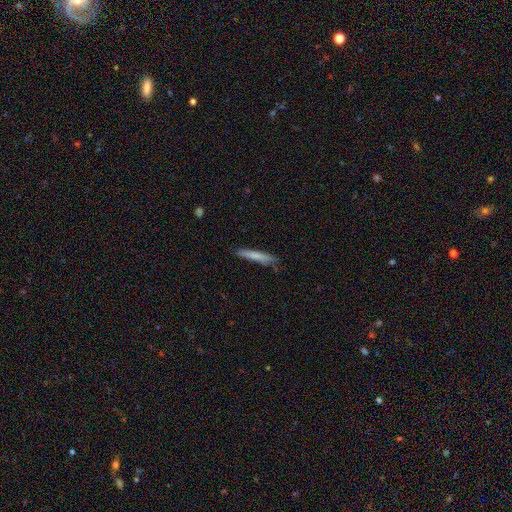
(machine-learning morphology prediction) The model was most divided on "smooth or featured": smooth: 73%, featured or disk: 21%, star or artifact: 6%. More confident: how rounded — cigar-shaped (95%); merging — none (82%).